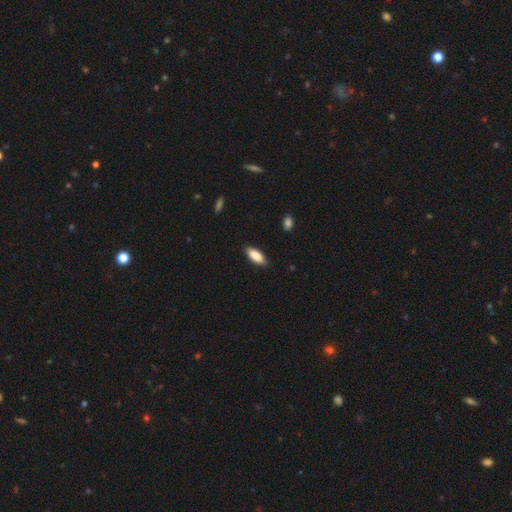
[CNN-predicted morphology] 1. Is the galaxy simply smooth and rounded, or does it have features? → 88% smooth, 6% star or artifact, 6% featured or disk.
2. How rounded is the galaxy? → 81% in between, 18% cigar-shaped, 2% round.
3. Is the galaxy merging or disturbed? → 87% none, 10% minor disturbance, 2% major disturbance, 1% merger.